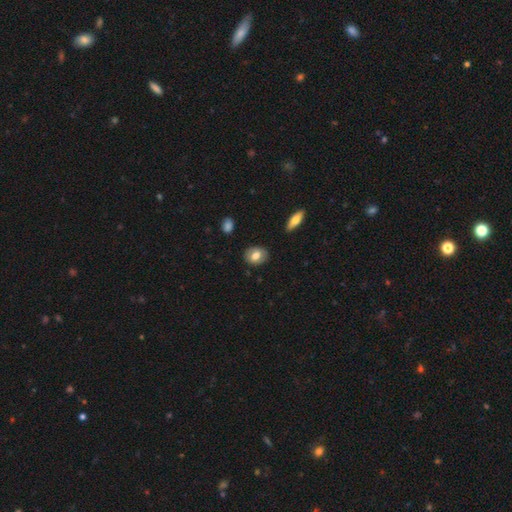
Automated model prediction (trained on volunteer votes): A smooth galaxy with no disk features (70%) that is in between round and cigar-shaped (54%).

Vote fractions:
- Smooth or featured? smooth: 70% / featured or disk: 23% / star or artifact: 7%
- How rounded? in between: 54% / round: 45% / cigar-shaped: 1%
- Merging? none: 85% / minor disturbance: 11% / major disturbance: 2% / merger: 1%